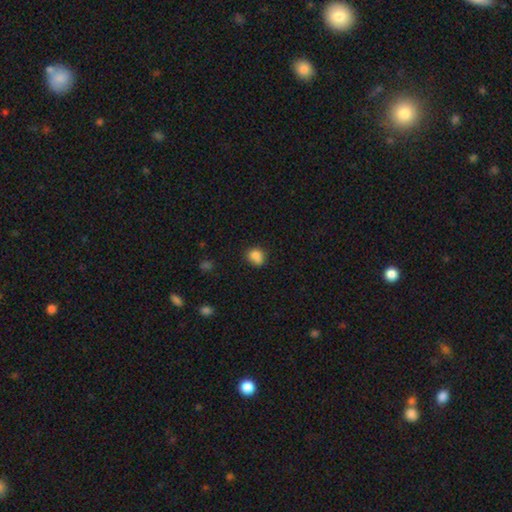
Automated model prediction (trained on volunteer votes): This is clearly a smooth galaxy (83%). How rounded: likely round (61%). Merging: likely none (61%).